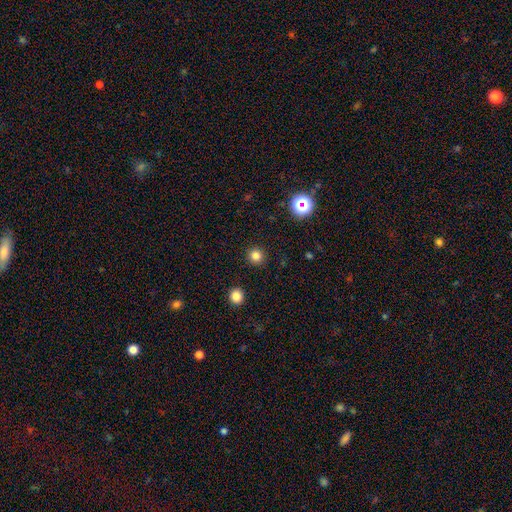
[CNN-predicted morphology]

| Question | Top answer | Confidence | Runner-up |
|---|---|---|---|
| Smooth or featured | smooth | 80% | star or artifact (15%) |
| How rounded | round | 94% | in between (5%) |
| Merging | none | 92% | minor disturbance (5%) |